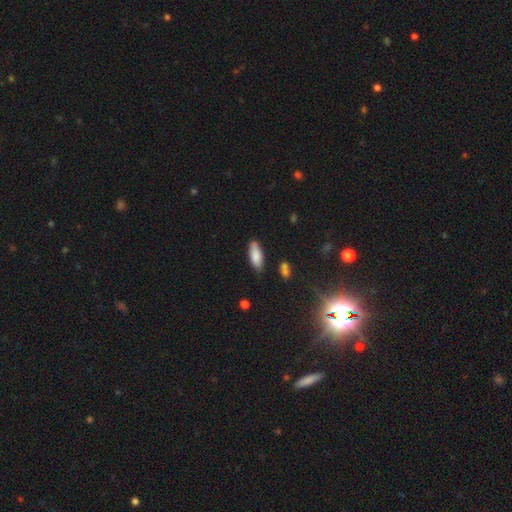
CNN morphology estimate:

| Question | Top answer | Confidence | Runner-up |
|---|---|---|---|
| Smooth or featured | smooth | 84% | featured or disk (9%) |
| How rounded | in between | 75% | cigar-shaped (24%) |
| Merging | none | 79% | minor disturbance (15%) |